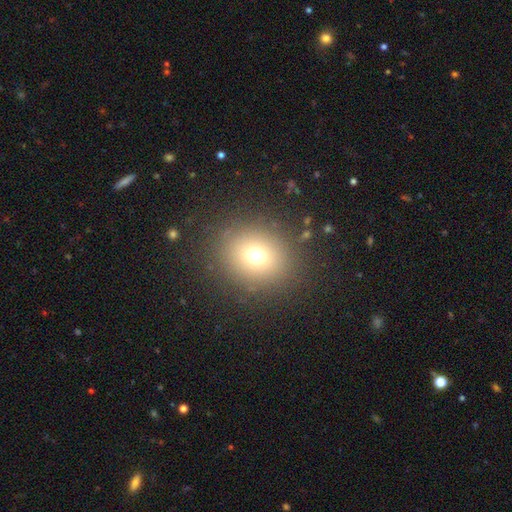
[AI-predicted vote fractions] The model was most divided on "how rounded": round: 72%, in between: 27%, cigar-shaped: 1%. More confident: merging — none (86%); smooth or featured — smooth (70%).